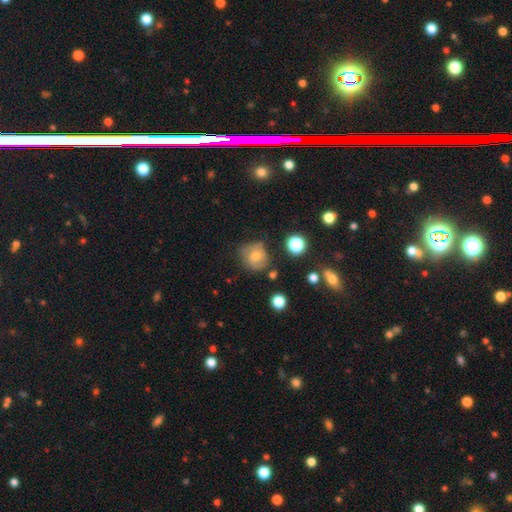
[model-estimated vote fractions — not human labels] Overall: smooth (52%; featured or disk 36%). How rounded: round (80%). Merging: none (65%).